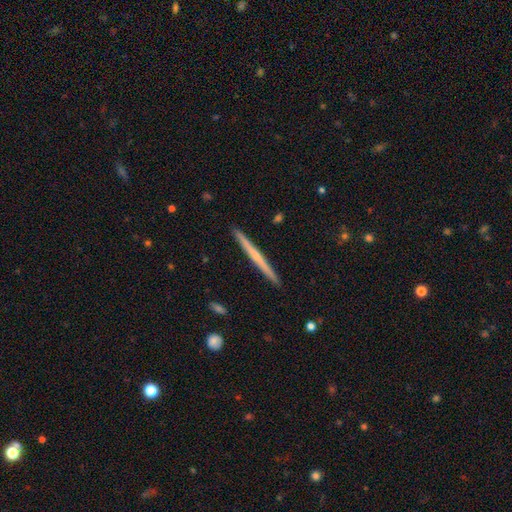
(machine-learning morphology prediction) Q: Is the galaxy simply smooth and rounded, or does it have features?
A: featured or disk — 56%.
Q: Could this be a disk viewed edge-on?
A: yes — 98%.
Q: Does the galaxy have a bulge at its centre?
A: none — 70%.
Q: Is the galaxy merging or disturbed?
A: none — 93%.